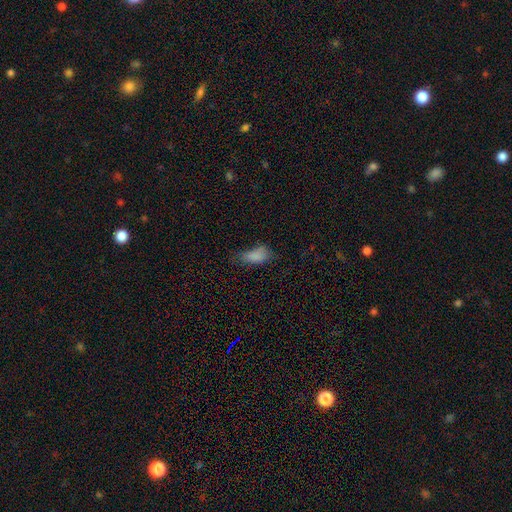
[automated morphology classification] This is likely a smooth galaxy (80%). How rounded: clearly in between (84%). Merging: marginally none (40%).